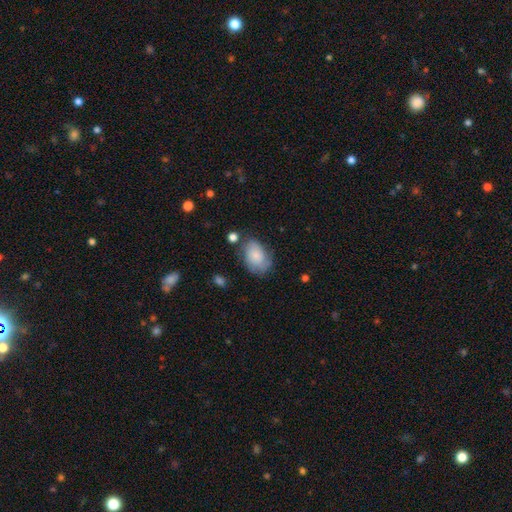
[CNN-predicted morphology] smooth 66%, featured or disk 27%, star or artifact 7%. Down the decision tree: how rounded — in between (85%); merging — none (60%).